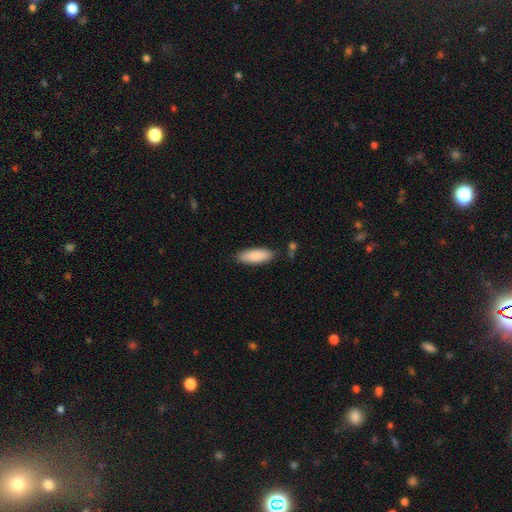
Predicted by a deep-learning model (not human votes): A smooth galaxy with no disk features (88%) that is in between round and cigar-shaped (68%). Merging: none (84%).